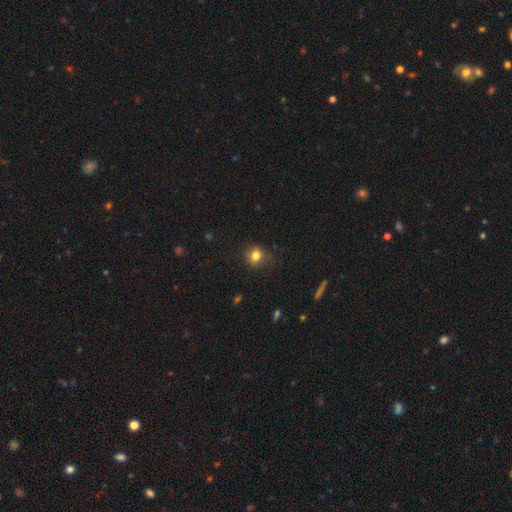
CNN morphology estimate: A smooth galaxy with no disk features (80%) that is round (63%). Merging: none (73%).